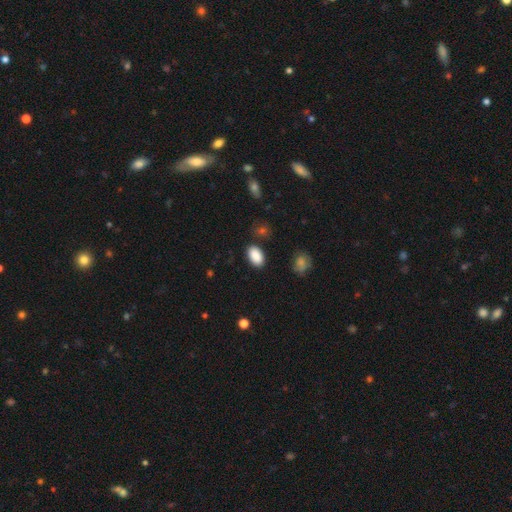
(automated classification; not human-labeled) Smooth or featured?
  - smooth: 89% *
  - star or artifact: 8%
  - featured or disk: 4%
How rounded?
  - in between: 92% *
  - round: 6%
  - cigar-shaped: 1%
Merging?
  - none: 85% *
  - minor disturbance: 10%
  - major disturbance: 3%
  - merger: 2%